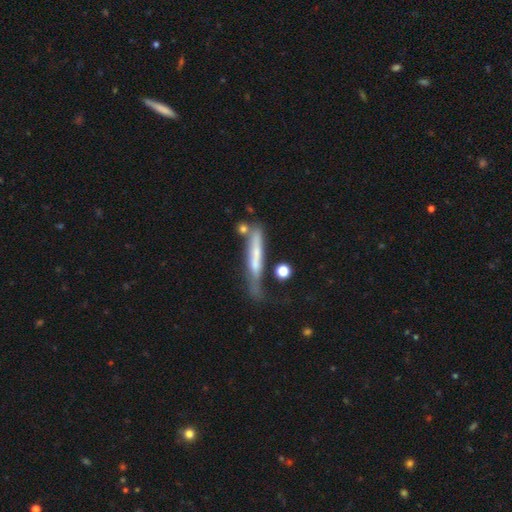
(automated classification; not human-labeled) smooth 47%, featured or disk 45%, star or artifact 7%. Down the decision tree: merging — none (42%).